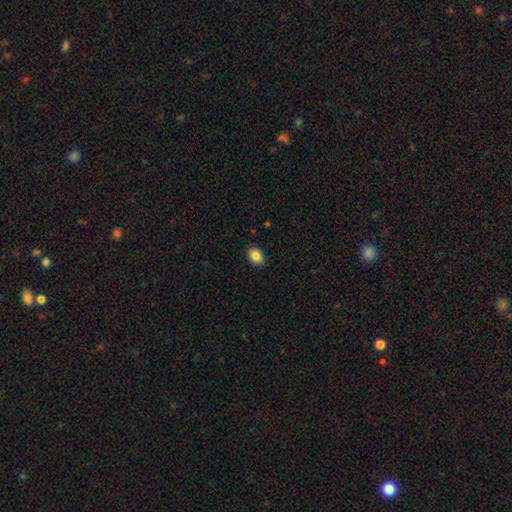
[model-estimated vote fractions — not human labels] A smooth galaxy with no disk features (86%) that is in between round and cigar-shaped (69%).

Vote fractions:
- Smooth or featured? smooth: 86% / star or artifact: 8% / featured or disk: 5%
- How rounded? in between: 69% / round: 30% / cigar-shaped: 1%
- Merging? none: 89% / minor disturbance: 8% / major disturbance: 2% / merger: 1%